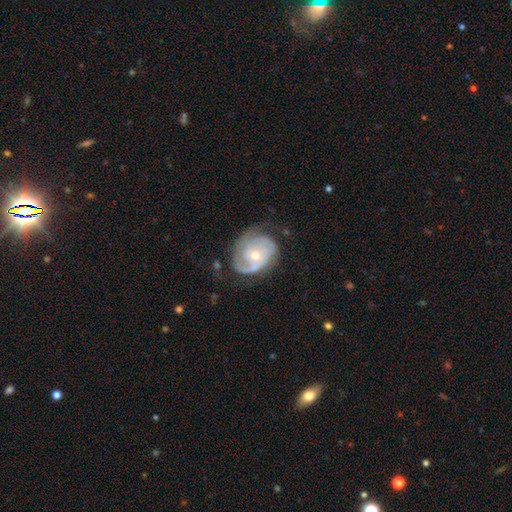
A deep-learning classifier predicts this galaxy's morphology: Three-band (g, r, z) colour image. It shows a featured or disk galaxy (83%) with no bar (72%), 2 (42%) tight (59%) spiral arms (94%) and a moderate central bulge (51%). Merging: none (63%).